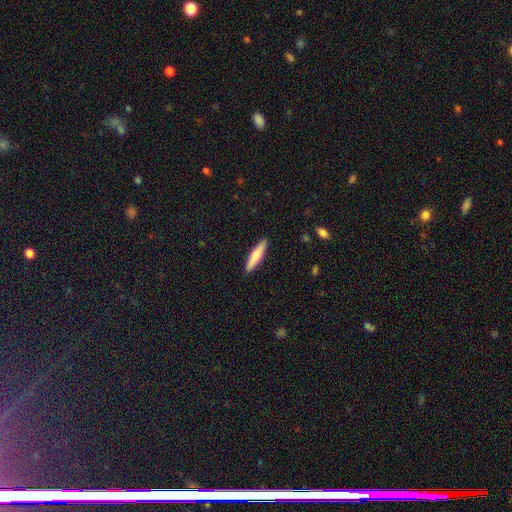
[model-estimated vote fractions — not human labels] smooth_or_featured: smooth (p=0.71) [alt: featured or disk p=0.23]
how_rounded: cigar-shaped (p=0.86) [alt: in between p=0.13]
merging: none (p=0.91) [alt: minor disturbance p=0.07]